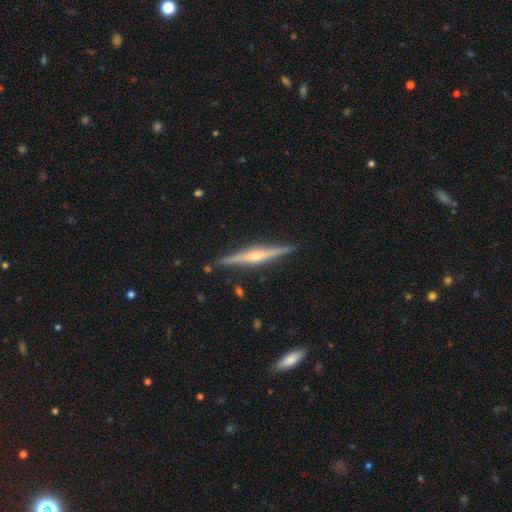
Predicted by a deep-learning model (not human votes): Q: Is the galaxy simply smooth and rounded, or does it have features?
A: featured or disk — 79%.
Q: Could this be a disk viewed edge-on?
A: yes — 98%.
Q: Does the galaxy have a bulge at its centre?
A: rounded — 86%.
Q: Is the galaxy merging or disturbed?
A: none — 90%.